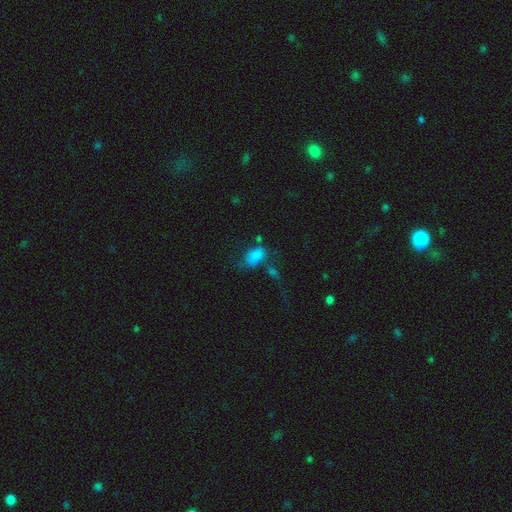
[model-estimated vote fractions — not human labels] Smooth or featured? smooth (77%)
How rounded? in between (88%)
Merging? none (33%)